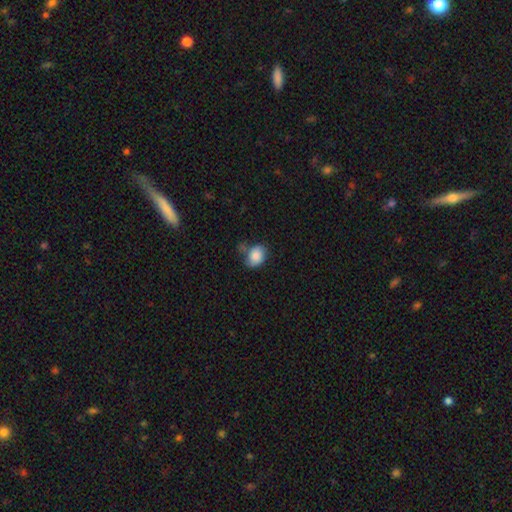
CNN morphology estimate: Smooth or featured? Predicted: smooth (p=0.82). How rounded? Predicted: in between (p=0.67). Merging? Predicted: none (p=0.48).